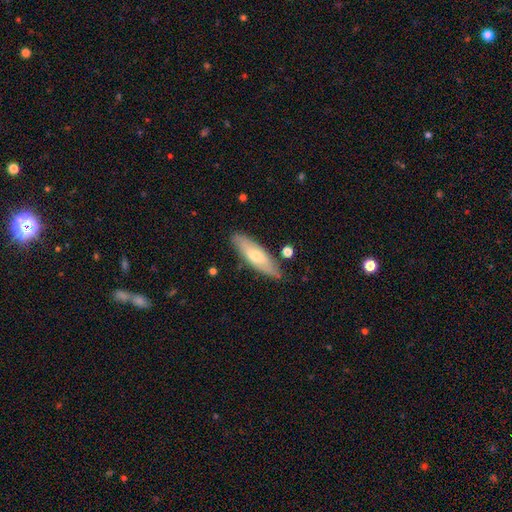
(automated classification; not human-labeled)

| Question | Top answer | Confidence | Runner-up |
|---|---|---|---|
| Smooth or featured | smooth | 57% | featured or disk (37%) |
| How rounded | cigar-shaped | 53% | in between (45%) |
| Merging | none | 81% | minor disturbance (14%) |